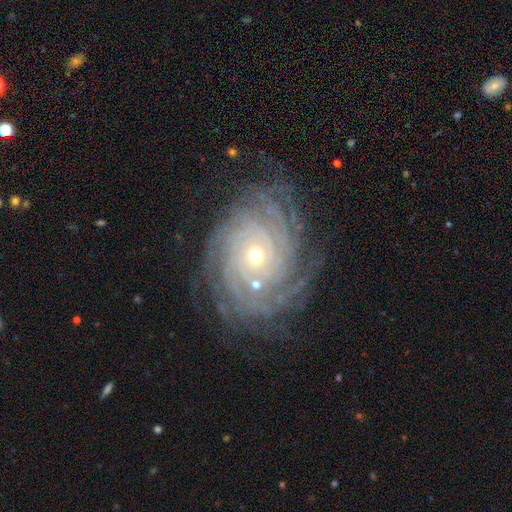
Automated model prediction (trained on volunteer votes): Smooth or featured? Predicted: featured or disk (p=0.88). Edge-on disk? Predicted: no (p=0.97). Bar? Predicted: no (p=0.74). Spiral arms? Predicted: yes (p=0.98). Spiral winding? Predicted: tight (p=0.84). Spiral arm count? Predicted: more than 4 (p=0.37). Bulge size? Predicted: small (p=0.64). Merging? Predicted: none (p=0.80).